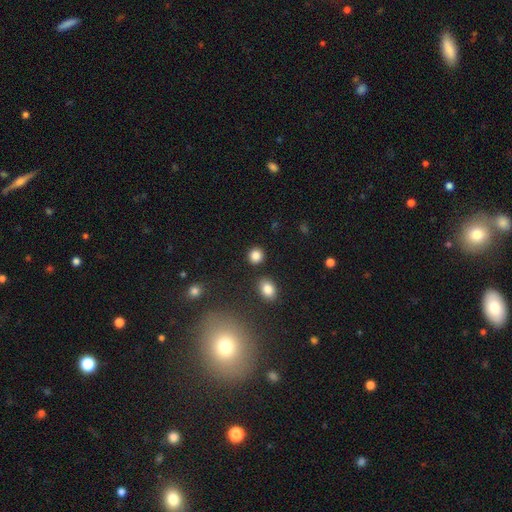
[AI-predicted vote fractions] Smooth or featured? Predicted: smooth (p=0.85). How rounded? Predicted: round (p=0.83). Merging? Predicted: none (p=0.86).